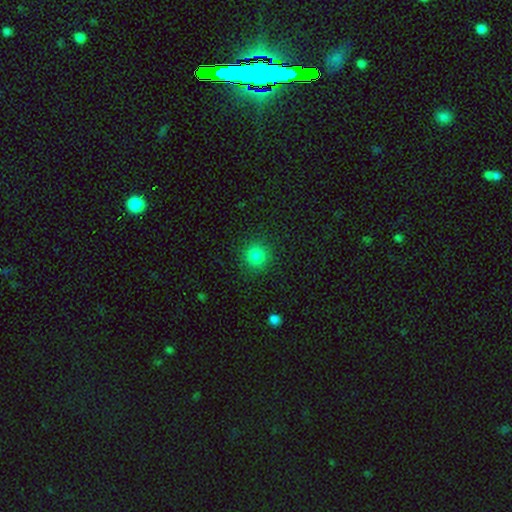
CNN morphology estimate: Overall: smooth (84%). How rounded: round (93%). Merging: none (89%).